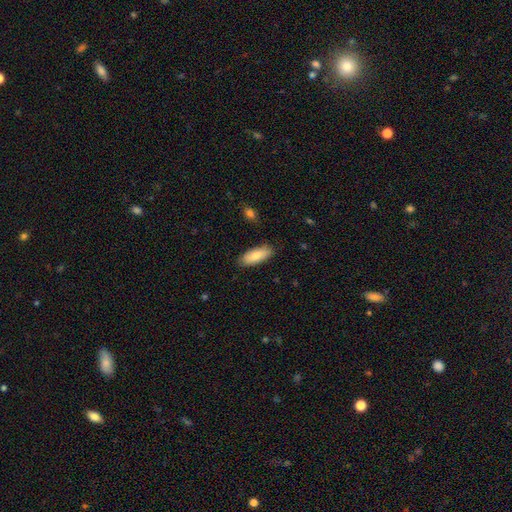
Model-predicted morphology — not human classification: type=smooth (81%); roundness=in between (78%); merging=none (86%).